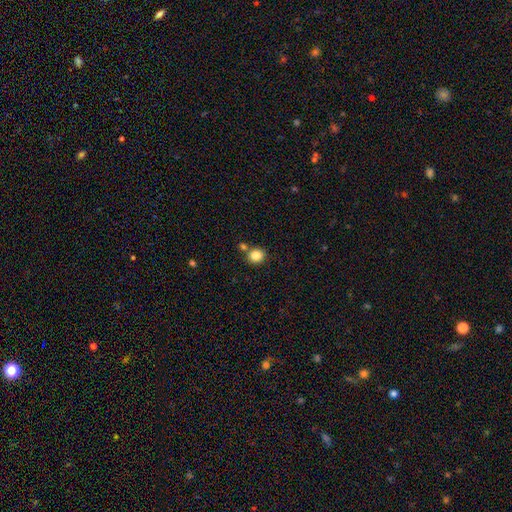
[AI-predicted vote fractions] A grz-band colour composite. It shows a smooth galaxy with no disk features (84%) that is round (82%). Merging: none (75%).